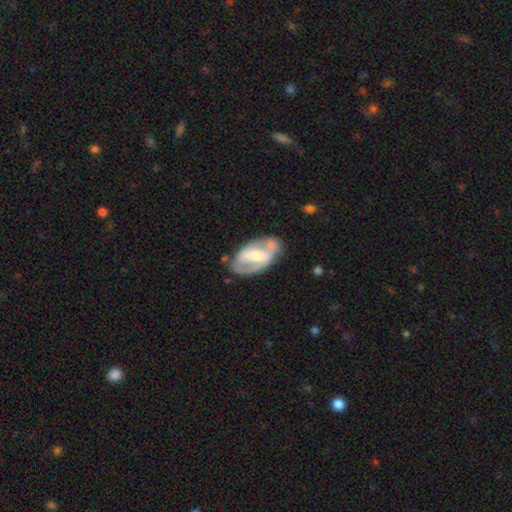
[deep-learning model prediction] Smooth or featured: featured or disk — 74% (smooth — 21%)
Edge-on disk: no — 93% (yes — 7%)
Bar: strong — 60% (weak — 27%)
Spiral arms: yes — 56% (no — 44%)
Bulge size: moderate — 56% (small — 33%)
Merging: none — 70% (minor disturbance — 19%)